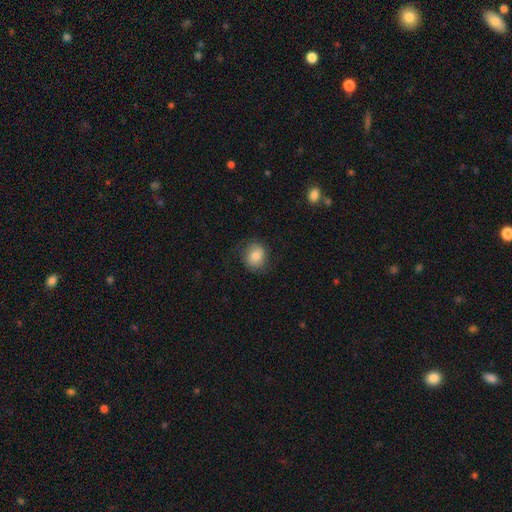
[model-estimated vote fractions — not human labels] smooth-or-featured: smooth: 76% | featured or disk: 16% | star or artifact: 8%
  how-rounded: round: 70% | in between: 29% | cigar-shaped: 1%
  merging: none: 74% | minor disturbance: 17% | major disturbance: 8% | merger: 1%